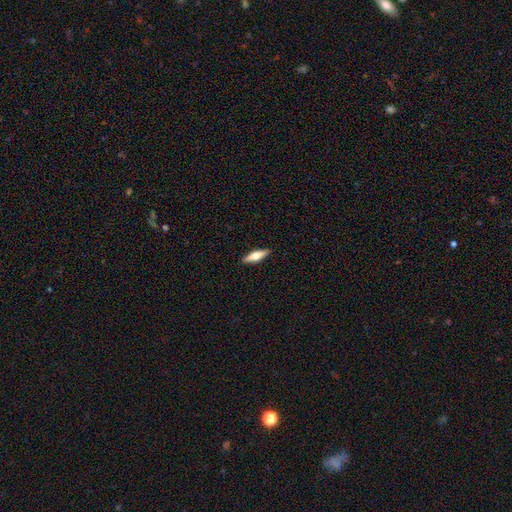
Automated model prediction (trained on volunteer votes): Smooth or featured: smooth — 52% (featured or disk — 42%)
How rounded: cigar-shaped — 64% (in between — 34%)
Merging: none — 90% (minor disturbance — 7%)